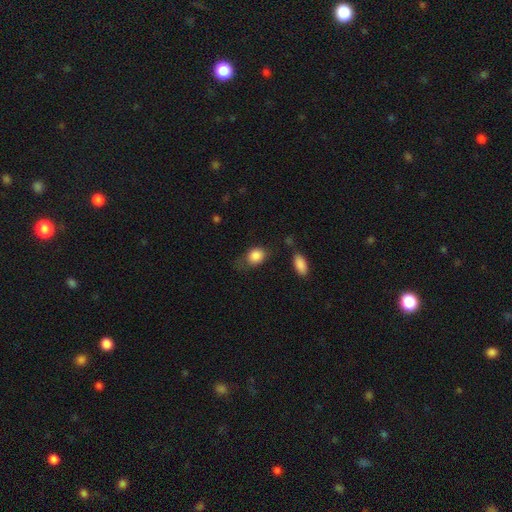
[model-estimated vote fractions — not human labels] A smooth galaxy with no disk features (87%) that is in between round and cigar-shaped (61%). Merging: none (56%).